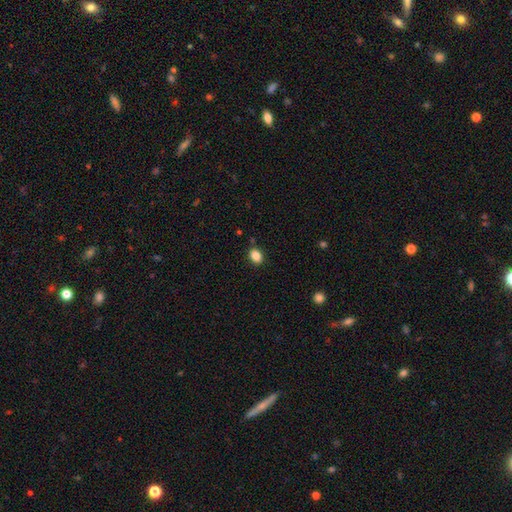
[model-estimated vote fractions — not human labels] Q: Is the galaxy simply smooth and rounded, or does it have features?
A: smooth — 87%.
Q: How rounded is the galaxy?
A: in between — 73%.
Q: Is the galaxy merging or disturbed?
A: none — 86%.